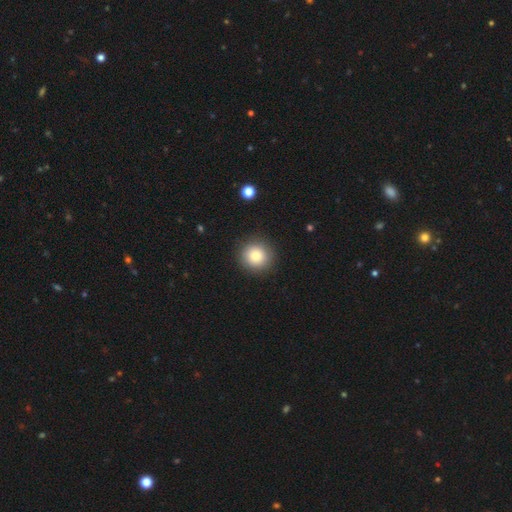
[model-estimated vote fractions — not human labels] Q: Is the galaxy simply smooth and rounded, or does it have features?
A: smooth — 81%.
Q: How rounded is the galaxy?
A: round — 94%.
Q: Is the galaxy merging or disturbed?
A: none — 90%.